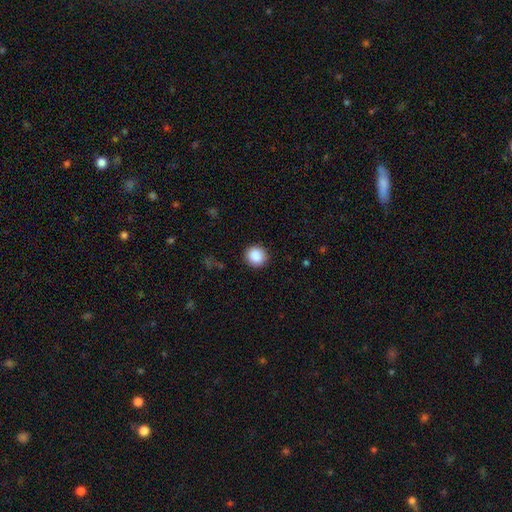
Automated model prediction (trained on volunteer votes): smooth-or-featured: smooth: 88% | star or artifact: 9% | featured or disk: 3%
  how-rounded: round: 89% | in between: 10% | cigar-shaped: 1%
  merging: none: 90% | minor disturbance: 7% | major disturbance: 2% | merger: 1%